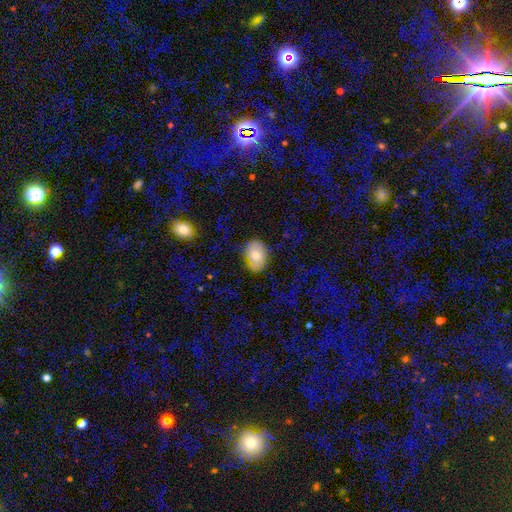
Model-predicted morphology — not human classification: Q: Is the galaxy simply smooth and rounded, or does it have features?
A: smooth — 74%.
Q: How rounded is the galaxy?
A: in between — 78%.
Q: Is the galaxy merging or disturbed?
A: none — 61%.